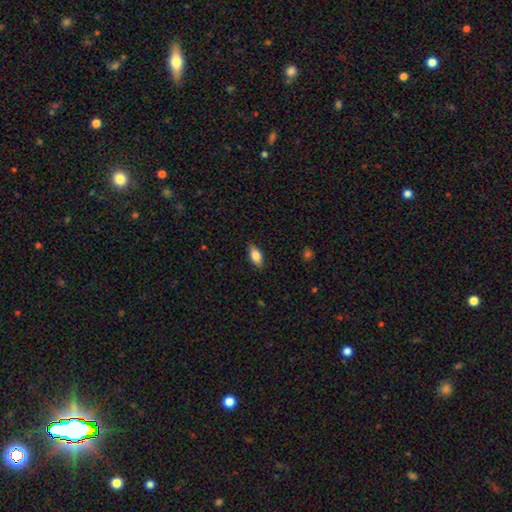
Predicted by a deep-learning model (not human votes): The model was most divided on "smooth or featured": smooth: 84%, featured or disk: 9%, star or artifact: 7%. More confident: how rounded — in between (88%); merging — none (87%).